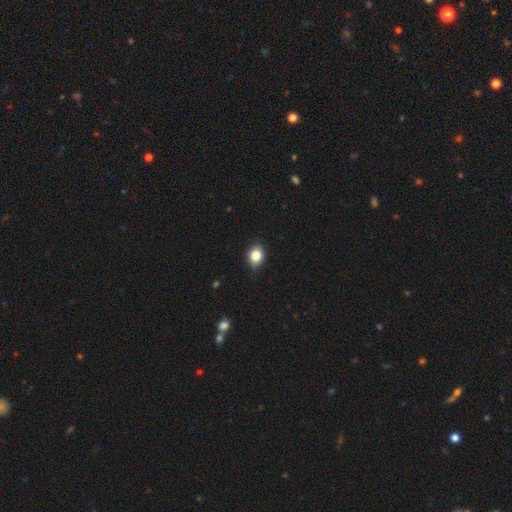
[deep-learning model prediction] smooth 83%, star or artifact 10%, featured or disk 7%. Down the decision tree: how rounded — in between (55%); merging — none (85%).